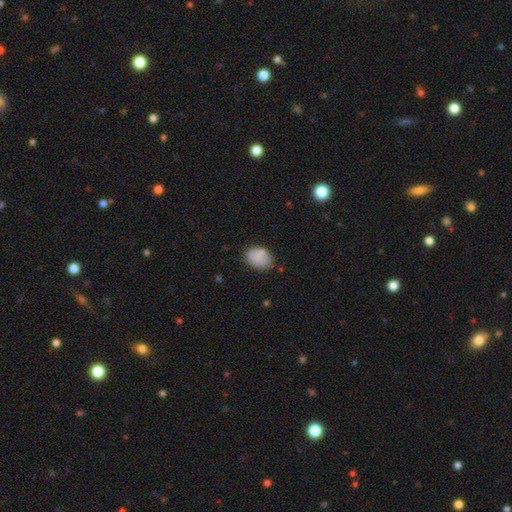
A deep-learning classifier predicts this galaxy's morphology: Smooth or featured? smooth (85%)
How rounded? in between (75%)
Merging? none (73%)